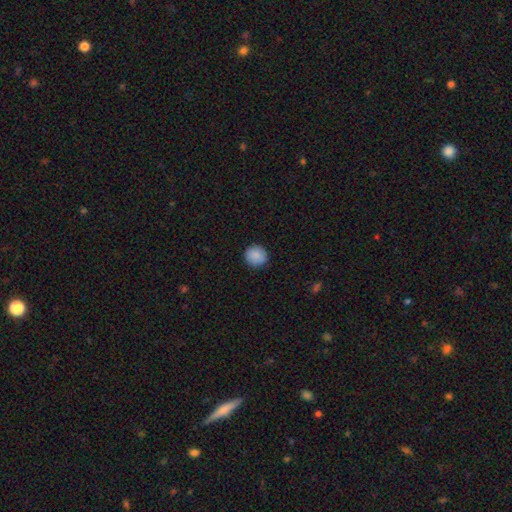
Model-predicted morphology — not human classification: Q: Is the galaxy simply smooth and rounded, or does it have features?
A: smooth — 88%.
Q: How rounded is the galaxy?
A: round — 92%.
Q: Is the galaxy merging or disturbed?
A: none — 90%.